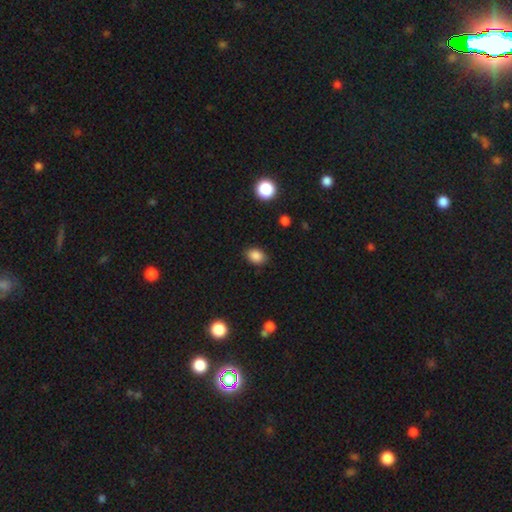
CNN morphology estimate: smooth_or_featured: smooth (p=0.86) [alt: star or artifact p=0.10]
how_rounded: in between (p=0.71) [alt: round p=0.28]
merging: none (p=0.86) [alt: minor disturbance p=0.10]